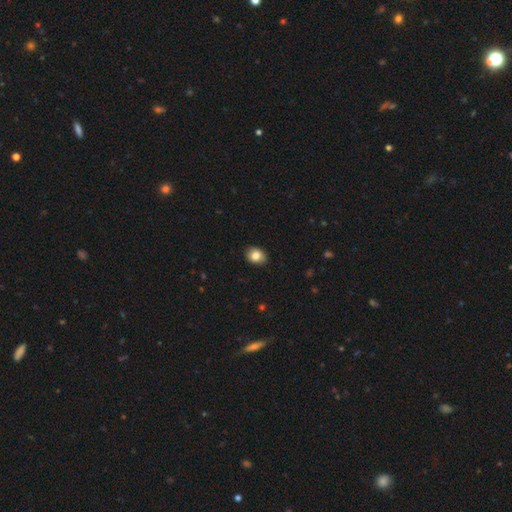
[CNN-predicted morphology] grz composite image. It shows a smooth galaxy with no disk features (83%) that is in between round and cigar-shaped (59%). Merging: none (85%).